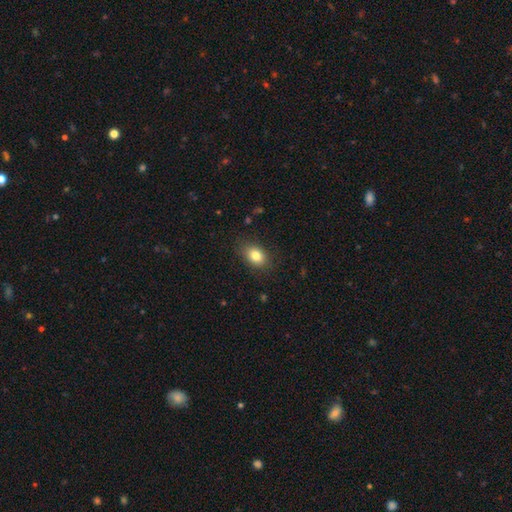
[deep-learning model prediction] Smooth or featured?
  - smooth: 83% *
  - star or artifact: 9%
  - featured or disk: 8%
How rounded?
  - in between: 78% *
  - round: 21%
  - cigar-shaped: 1%
Merging?
  - none: 84% *
  - minor disturbance: 12%
  - major disturbance: 3%
  - merger: 1%